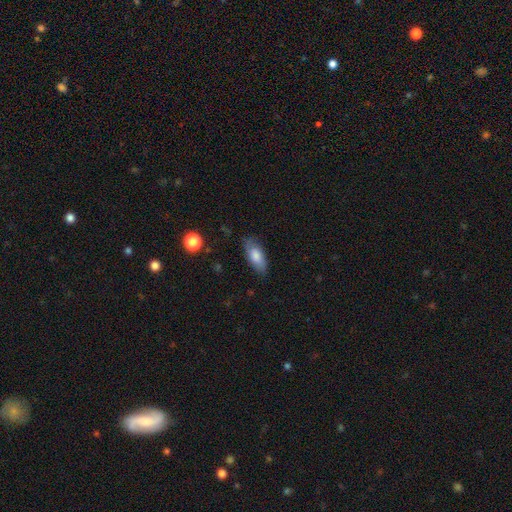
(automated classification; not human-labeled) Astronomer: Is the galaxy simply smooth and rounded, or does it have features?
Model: smooth — 76%.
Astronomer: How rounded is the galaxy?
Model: in between — 82%.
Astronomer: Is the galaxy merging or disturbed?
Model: none — 75%.